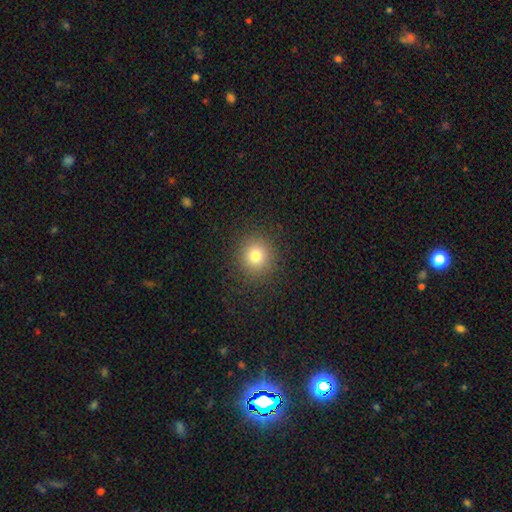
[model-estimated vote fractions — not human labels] Smooth or featured: smooth — 79% (star or artifact — 14%)
How rounded: round — 91% (in between — 8%)
Merging: none — 89% (minor disturbance — 7%)